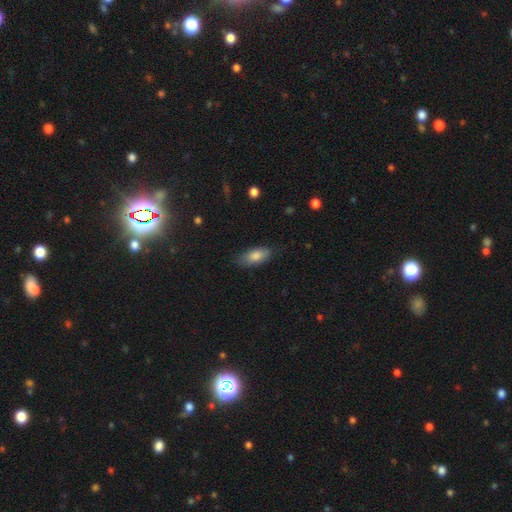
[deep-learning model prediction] smooth_or_featured: smooth (p=0.82) [alt: featured or disk p=0.12]
how_rounded: in between (p=0.82) [alt: cigar-shaped p=0.15]
merging: none (p=0.80) [alt: minor disturbance p=0.16]